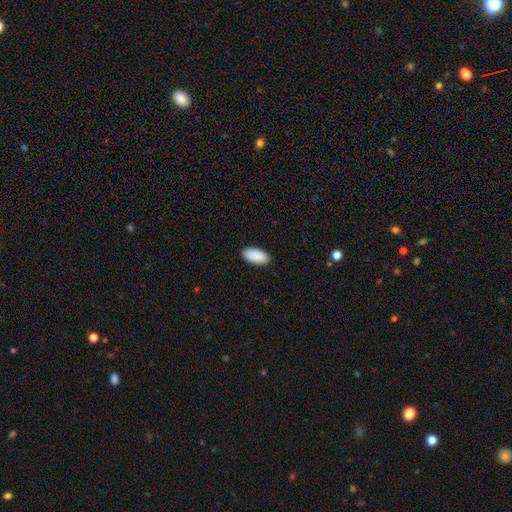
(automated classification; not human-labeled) smooth-or-featured: smooth: 91% | star or artifact: 6% | featured or disk: 3%
  how-rounded: in between: 94% | cigar-shaped: 5% | round: 2%
  merging: none: 90% | minor disturbance: 8% | major disturbance: 2% | merger: 1%